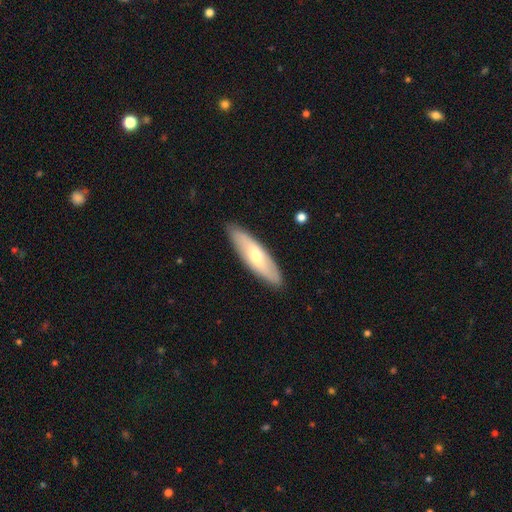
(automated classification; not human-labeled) Q: Smooth or featured?
A: smooth (50%); runner-up: featured or disk (44%)
Q: How rounded?
A: cigar-shaped (57%); runner-up: in between (41%)
Q: Merging?
A: none (88%); runner-up: minor disturbance (9%)